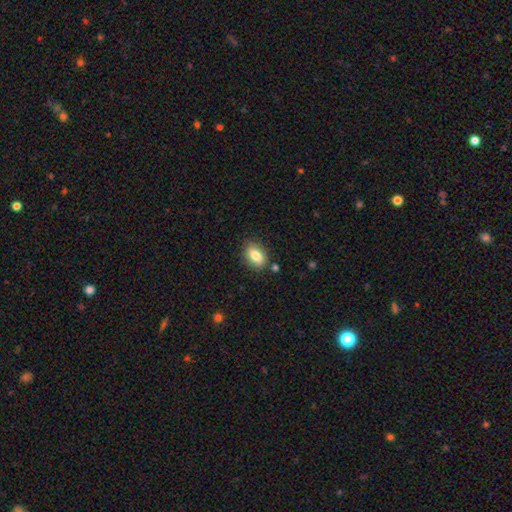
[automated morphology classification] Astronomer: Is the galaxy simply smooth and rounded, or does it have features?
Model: smooth — 82%.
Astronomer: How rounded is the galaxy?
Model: in between — 85%.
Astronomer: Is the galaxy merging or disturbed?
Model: none — 82%.